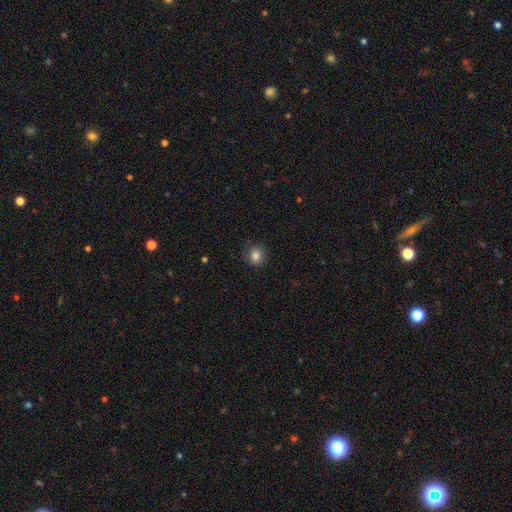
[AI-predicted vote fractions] Q: Smooth or featured?
A: smooth (83%); runner-up: star or artifact (10%)
Q: How rounded?
A: round (81%); runner-up: in between (18%)
Q: Merging?
A: none (82%); runner-up: minor disturbance (14%)